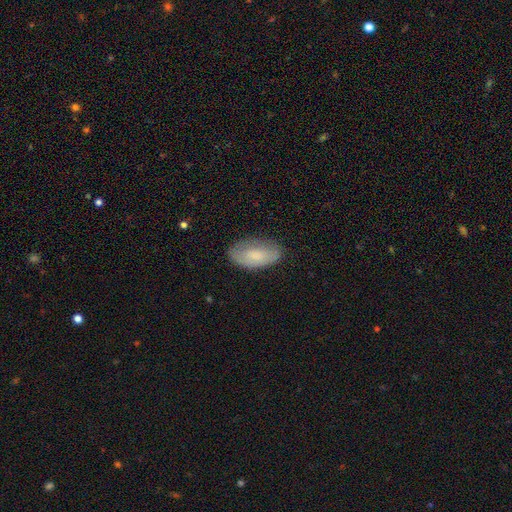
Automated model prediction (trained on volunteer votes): smooth_or_featured: smooth (p=0.73) [alt: featured or disk p=0.20]
how_rounded: in between (p=0.94) [alt: cigar-shaped p=0.03]
merging: none (p=0.72) [alt: minor disturbance p=0.21]